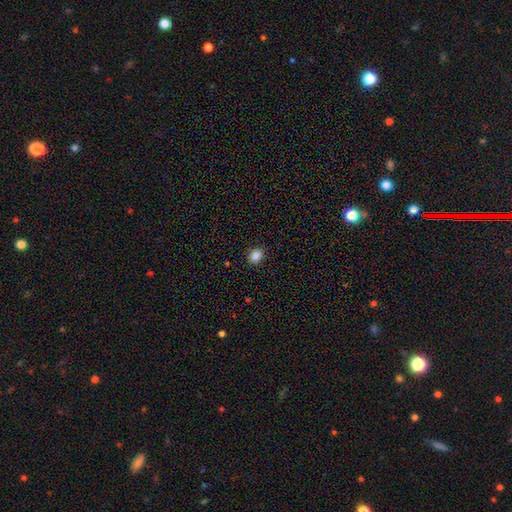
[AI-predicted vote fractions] Q: Smooth or featured?
A: smooth (86%); runner-up: star or artifact (10%)
Q: How rounded?
A: in between (56%); runner-up: round (43%)
Q: Merging?
A: none (89%); runner-up: minor disturbance (8%)